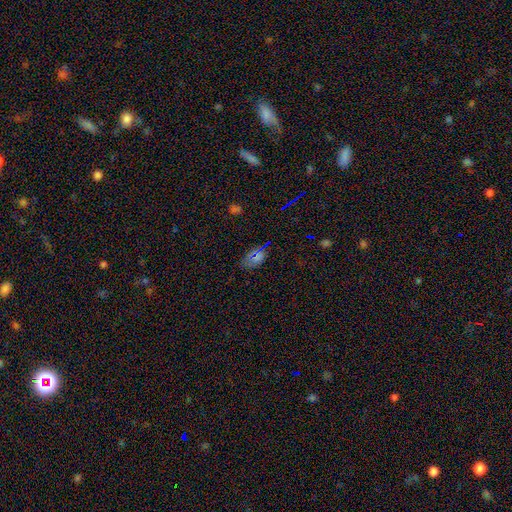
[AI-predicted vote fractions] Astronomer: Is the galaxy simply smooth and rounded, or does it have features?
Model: smooth — 57% (runner-up: star or artifact, 34%).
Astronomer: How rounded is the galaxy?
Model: in between — 86%.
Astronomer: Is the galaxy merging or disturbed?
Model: none — 79%.